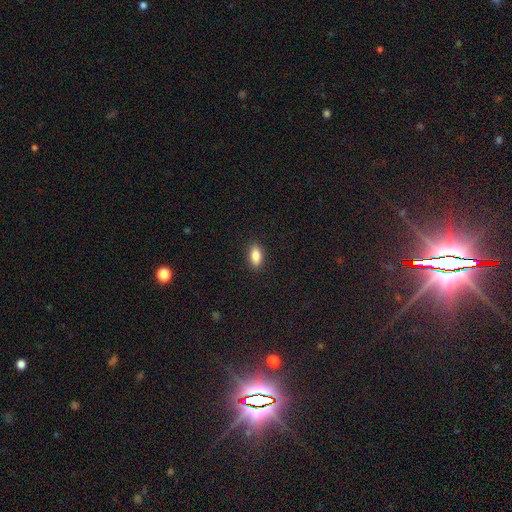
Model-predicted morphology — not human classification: A smooth galaxy with no disk features (86%) that is in between round and cigar-shaped (87%). Merging: none (90%).